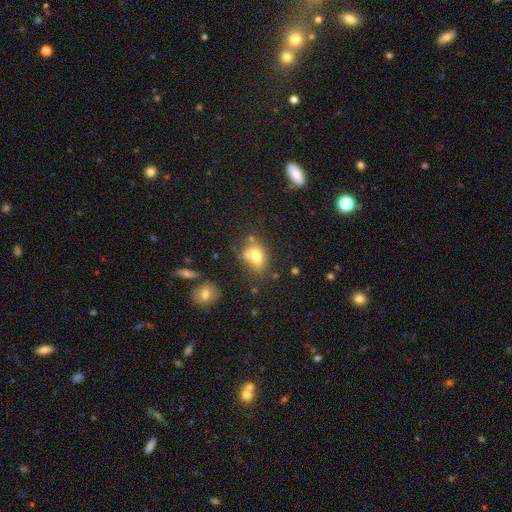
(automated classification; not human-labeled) Q: Smooth or featured?
A: smooth (71%); runner-up: featured or disk (17%)
Q: How rounded?
A: in between (72%); runner-up: round (27%)
Q: Merging?
A: none (46%); runner-up: merger (28%)